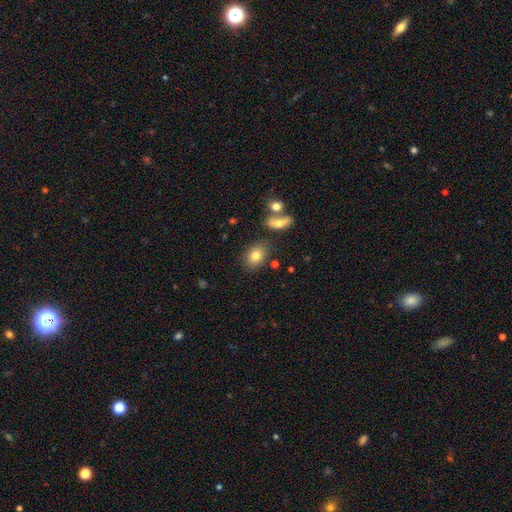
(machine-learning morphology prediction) A smooth galaxy with no disk features (80%) that is in between round and cigar-shaped (72%). Merging: none (77%).